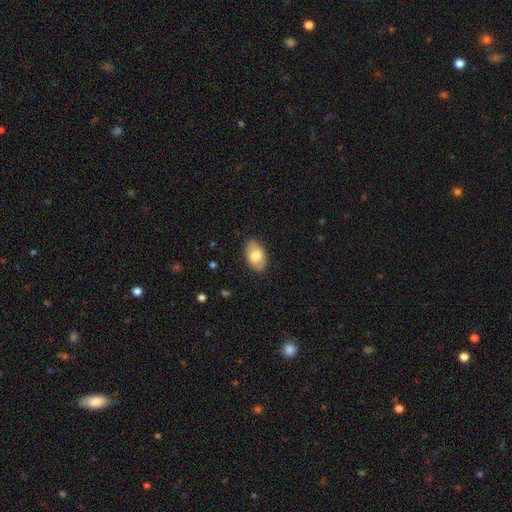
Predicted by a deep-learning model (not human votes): Smooth or featured? Predicted: smooth (p=0.76). How rounded? Predicted: in between (p=0.93). Merging? Predicted: none (p=0.87).